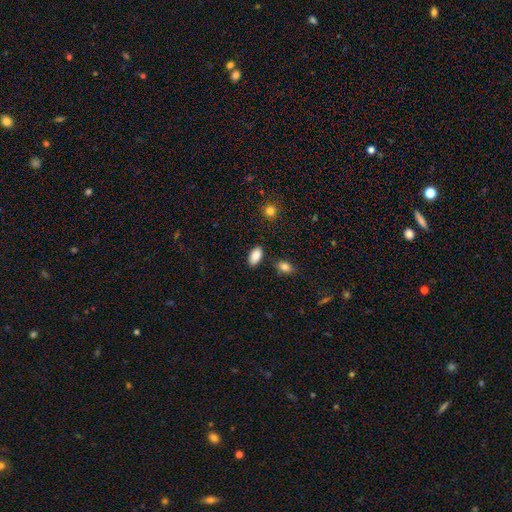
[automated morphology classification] The model was most divided on "merging": none: 85%, minor disturbance: 10%, merger: 3%, major disturbance: 2%. More confident: how rounded — in between (93%); smooth or featured — smooth (88%).